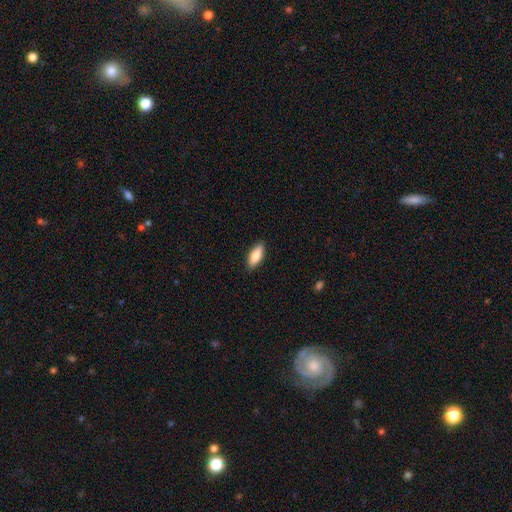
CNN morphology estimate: smooth_or_featured: smooth (p=0.85) [alt: featured or disk p=0.09]
how_rounded: in between (p=0.75) [alt: cigar-shaped p=0.23]
merging: none (p=0.88) [alt: minor disturbance p=0.09]